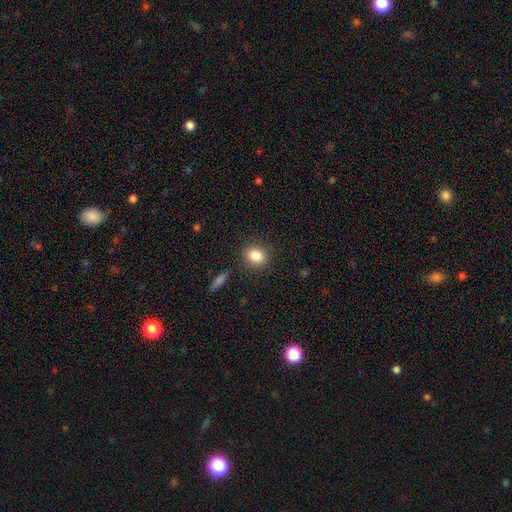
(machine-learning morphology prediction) Q: Smooth or featured?
A: smooth (84%); runner-up: star or artifact (10%)
Q: How rounded?
A: round (62%); runner-up: in between (37%)
Q: Merging?
A: none (87%); runner-up: minor disturbance (9%)